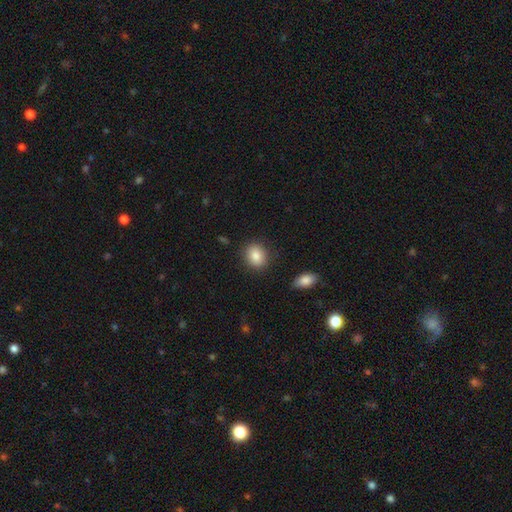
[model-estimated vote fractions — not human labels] smooth_or_featured: smooth (p=0.86) [alt: star or artifact p=0.08]
how_rounded: round (p=0.59) [alt: in between p=0.40]
merging: none (p=0.86) [alt: minor disturbance p=0.09]